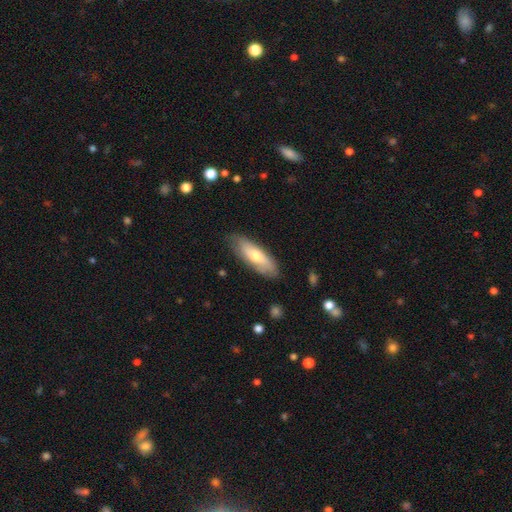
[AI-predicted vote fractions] A smooth galaxy with no disk features (60%) that is in between round and cigar-shaped (55%).

Vote fractions:
- Smooth or featured? smooth: 60% / featured or disk: 35% / star or artifact: 6%
- How rounded? in between: 55% / cigar-shaped: 43% / round: 2%
- Merging? none: 81% / minor disturbance: 15% / major disturbance: 3% / merger: 1%